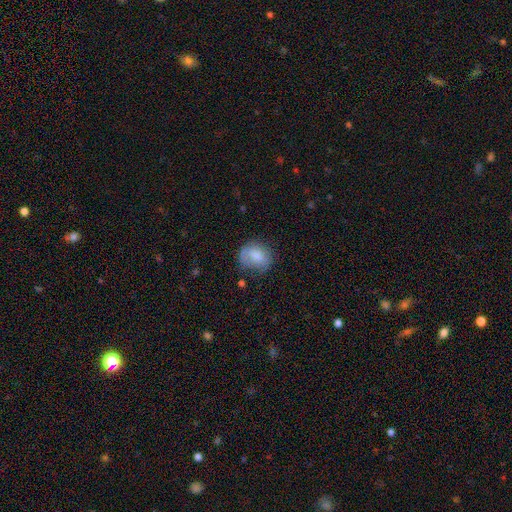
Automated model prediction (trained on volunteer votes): Smooth or featured? Predicted: smooth (p=0.76). How rounded? Predicted: round (p=0.55). Merging? Predicted: none (p=0.57).